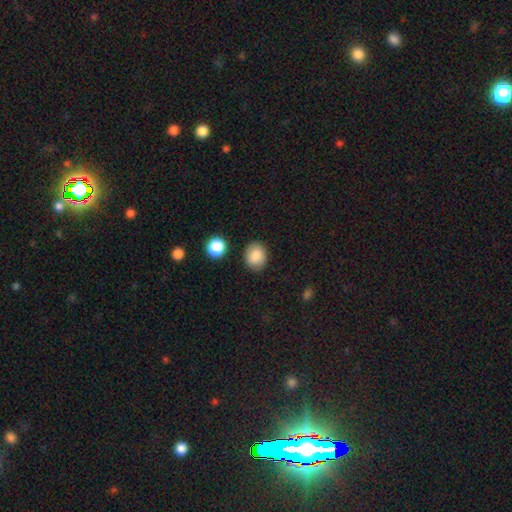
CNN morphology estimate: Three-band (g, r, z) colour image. It shows a smooth galaxy with no disk features (85%) that is round (54%). Merging: none (86%).